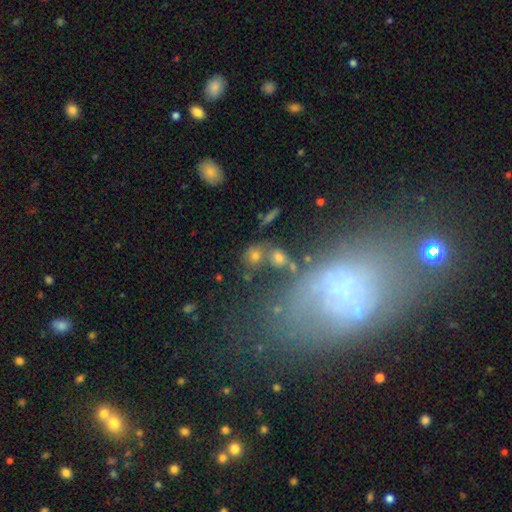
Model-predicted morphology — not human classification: A smooth galaxy with no disk features (55%) that is round (58%). Merging: none (55%).